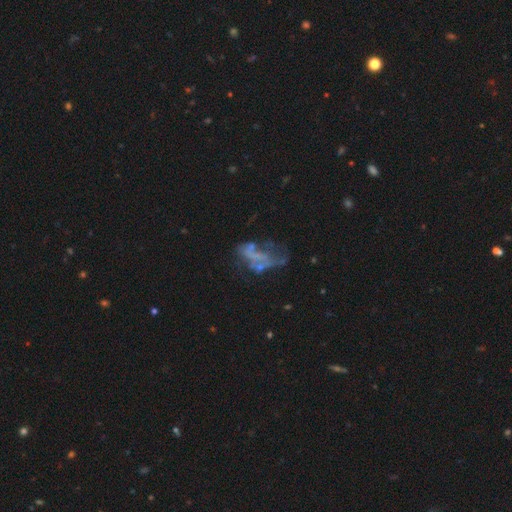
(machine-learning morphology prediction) Smooth or featured? featured or disk (60%)
Edge-on disk? no (96%)
Bar? no (89%)
Spiral arms? no (89%)
Bulge size? none (81%)
Merging? major disturbance (37%)